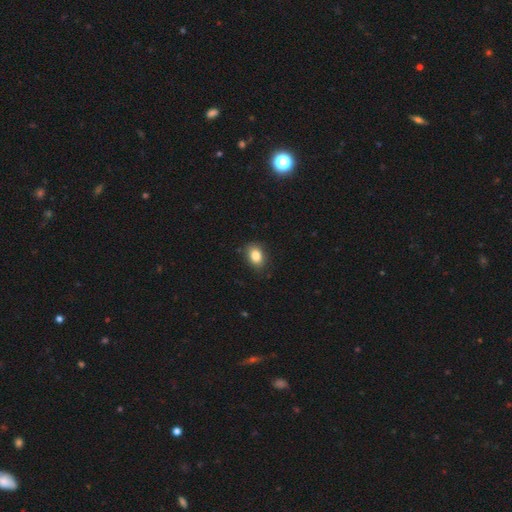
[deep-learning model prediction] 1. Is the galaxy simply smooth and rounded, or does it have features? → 84% smooth, 9% star or artifact, 7% featured or disk.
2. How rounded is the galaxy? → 77% in between, 22% round, 1% cigar-shaped.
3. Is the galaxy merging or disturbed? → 83% none, 13% minor disturbance, 3% major disturbance, 1% merger.